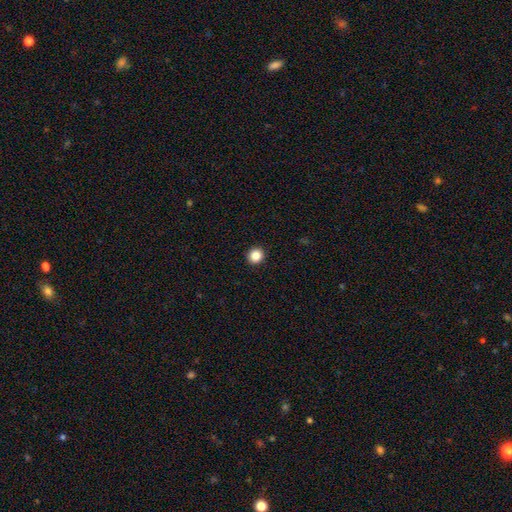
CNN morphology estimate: Smooth or featured?
  - smooth: 86% *
  - star or artifact: 10%
  - featured or disk: 4%
How rounded?
  - round: 88% *
  - in between: 11%
  - cigar-shaped: 1%
Merging?
  - none: 93% *
  - minor disturbance: 4%
  - major disturbance: 1%
  - merger: 1%